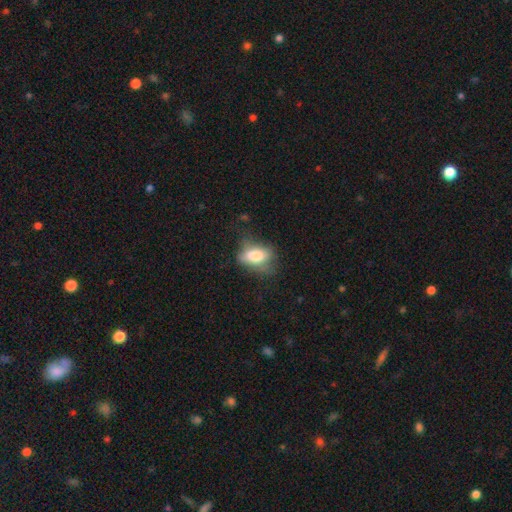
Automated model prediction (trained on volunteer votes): Smooth or featured?
  - smooth: 71% *
  - featured or disk: 20%
  - star or artifact: 9%
How rounded?
  - in between: 84% *
  - round: 12%
  - cigar-shaped: 4%
Merging?
  - none: 43% *
  - minor disturbance: 32%
  - major disturbance: 22%
  - merger: 3%